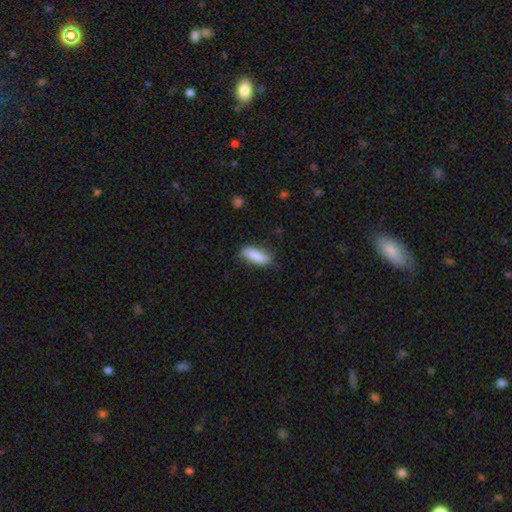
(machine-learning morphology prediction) Smooth or featured? smooth (85%)
How rounded? in between (61%)
Merging? none (79%)